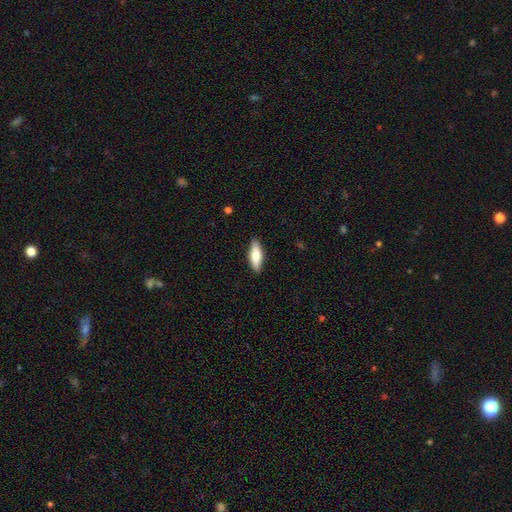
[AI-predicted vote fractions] The model was most divided on "how rounded": in between: 51%, cigar-shaped: 47%, round: 2%. More confident: merging — none (88%); smooth or featured — smooth (72%).